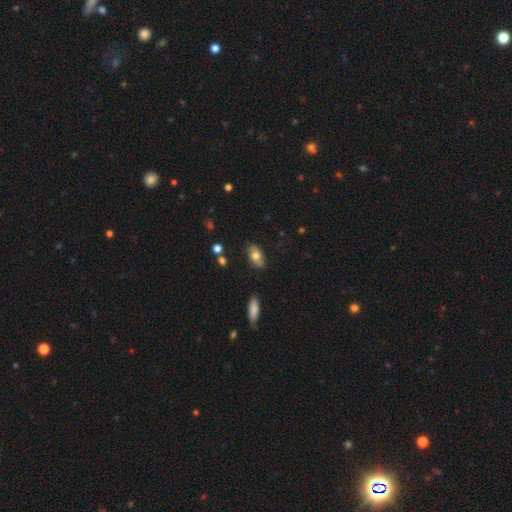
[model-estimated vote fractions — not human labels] This is likely a smooth galaxy (67%). How rounded: clearly in between (89%). Merging: likely none (80%).